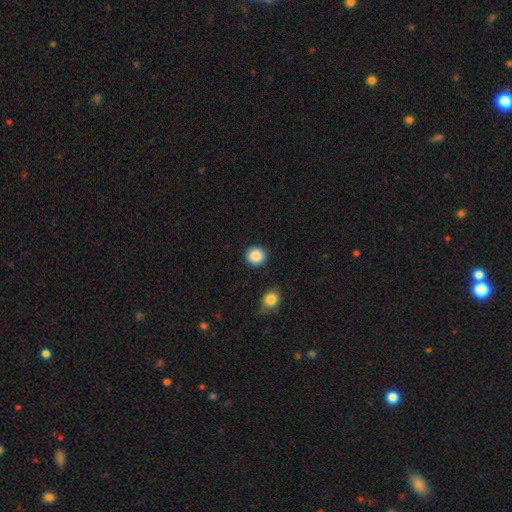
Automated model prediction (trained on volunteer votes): Smooth or featured: smooth — 88% (star or artifact — 8%)
How rounded: round — 92% (in between — 7%)
Merging: none — 90% (minor disturbance — 6%)